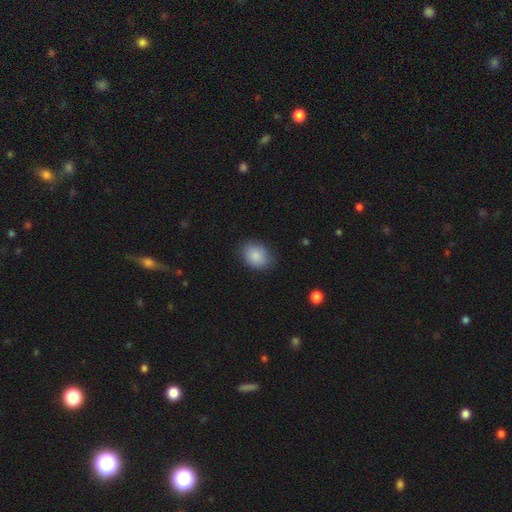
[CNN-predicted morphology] A smooth galaxy with no disk features (87%) that is in between round and cigar-shaped (64%).

Vote fractions:
- Smooth or featured? smooth: 87% / star or artifact: 7% / featured or disk: 6%
- How rounded? in between: 64% / round: 35% / cigar-shaped: 1%
- Merging? none: 78% / minor disturbance: 17% / major disturbance: 4% / merger: 1%